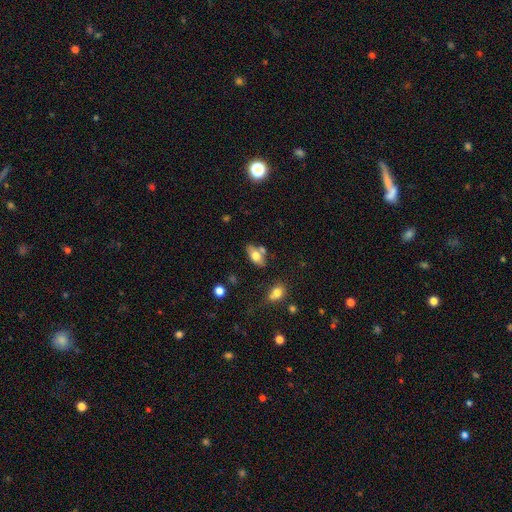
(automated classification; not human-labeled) Morphology: type=smooth (71%); roundness=in between (88%); merging=none (62%).